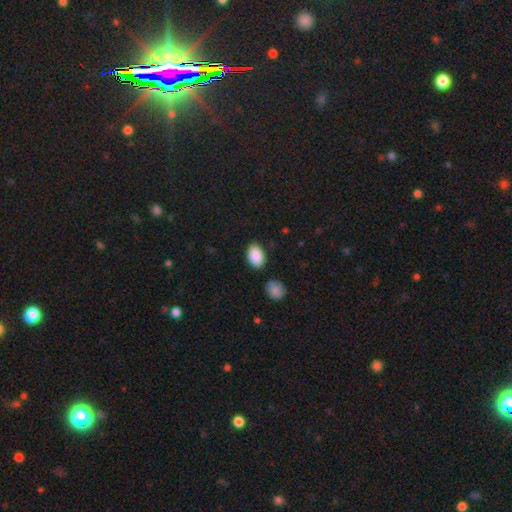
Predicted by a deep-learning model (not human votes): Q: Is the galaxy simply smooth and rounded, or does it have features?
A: smooth — 89%.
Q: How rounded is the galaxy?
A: in between — 90%.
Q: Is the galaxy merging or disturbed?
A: none — 81%.